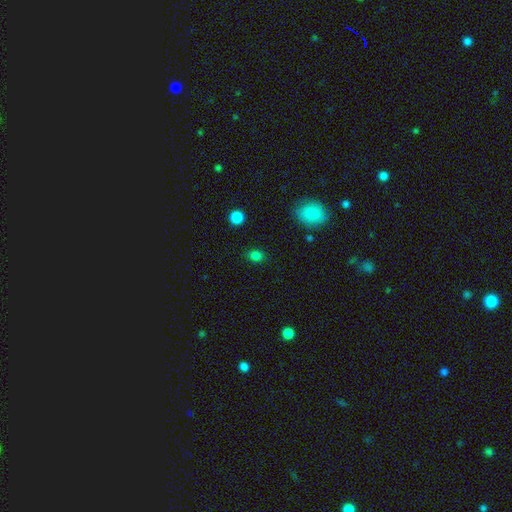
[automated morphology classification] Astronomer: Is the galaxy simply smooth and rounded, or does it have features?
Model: smooth — 81%.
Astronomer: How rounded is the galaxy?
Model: round — 53% (runner-up: in between, 45%).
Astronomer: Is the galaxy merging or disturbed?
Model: none — 85%.